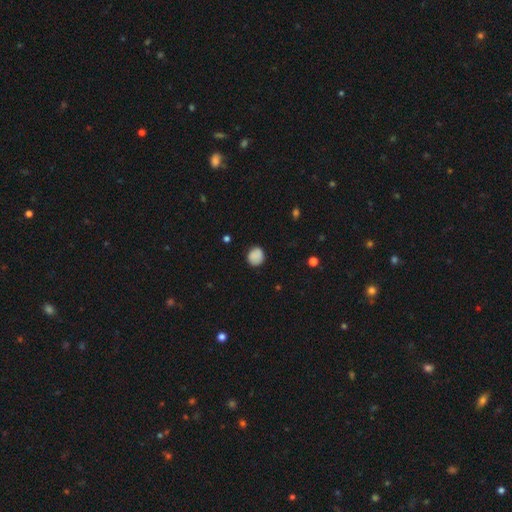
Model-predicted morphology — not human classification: Smooth or featured? smooth (87%)
How rounded? round (84%)
Merging? none (85%)